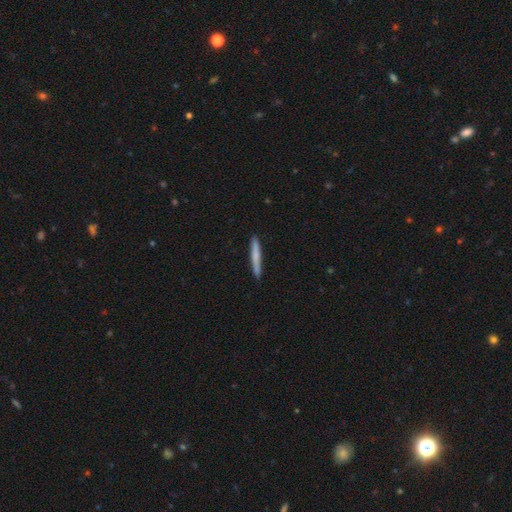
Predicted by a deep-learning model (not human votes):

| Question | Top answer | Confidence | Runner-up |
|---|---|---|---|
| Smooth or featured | smooth | 69% | featured or disk (26%) |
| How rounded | cigar-shaped | 96% | in between (3%) |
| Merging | none | 89% | minor disturbance (8%) |